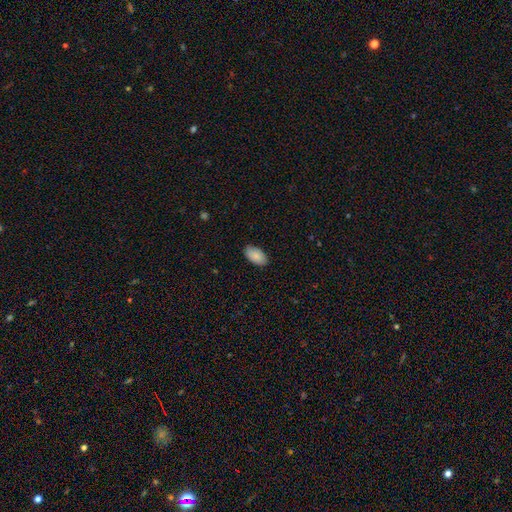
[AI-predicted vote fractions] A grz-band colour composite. It shows a smooth galaxy with no disk features (89%) that is in between round and cigar-shaped (95%). Merging: none (87%).